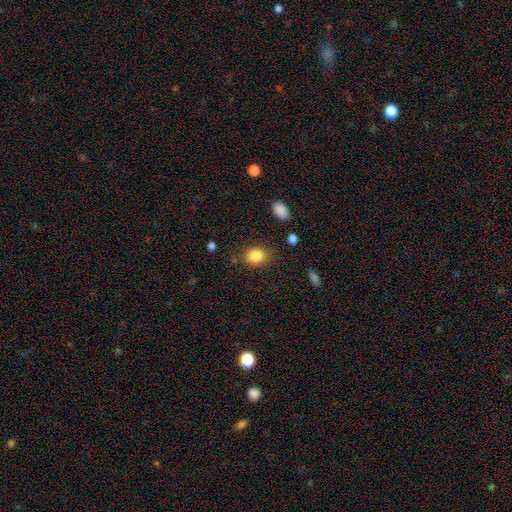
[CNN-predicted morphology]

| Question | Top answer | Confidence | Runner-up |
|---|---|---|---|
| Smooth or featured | smooth | 85% | star or artifact (9%) |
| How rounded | in between | 60% | round (39%) |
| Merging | none | 79% | minor disturbance (13%) |